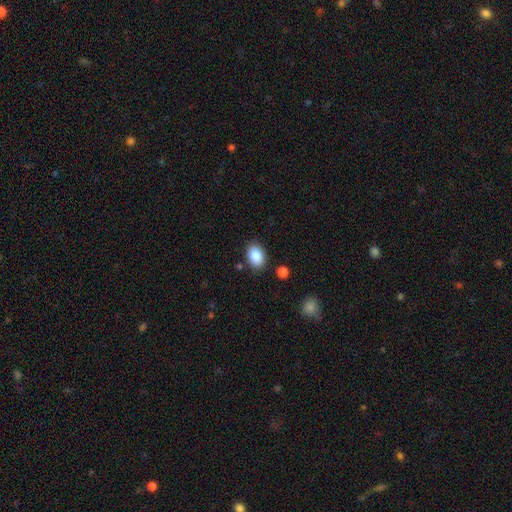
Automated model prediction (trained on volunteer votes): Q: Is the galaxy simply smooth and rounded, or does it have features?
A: smooth — 88%.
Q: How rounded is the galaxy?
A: in between — 82%.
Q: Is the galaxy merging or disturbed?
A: none — 84%.